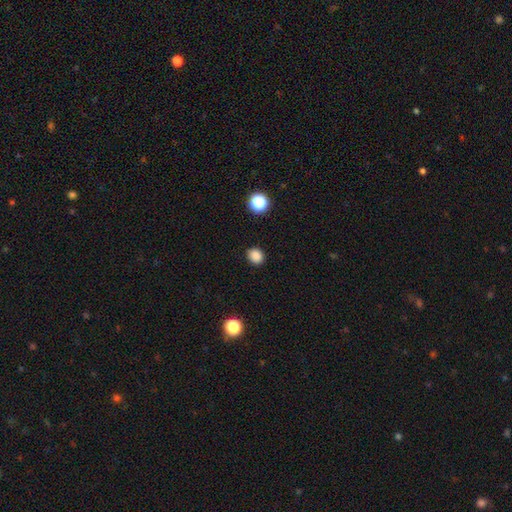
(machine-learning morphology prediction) type=smooth (86%); roundness=round (69%); merging=none (90%).